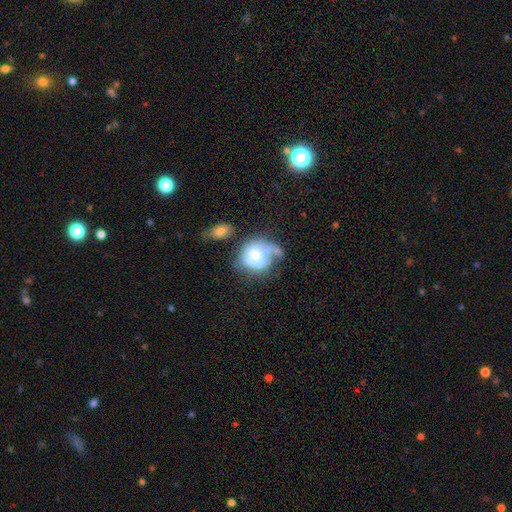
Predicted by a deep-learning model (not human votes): Smooth or featured? smooth (49%)
Merging? merger (27%, tied with none)